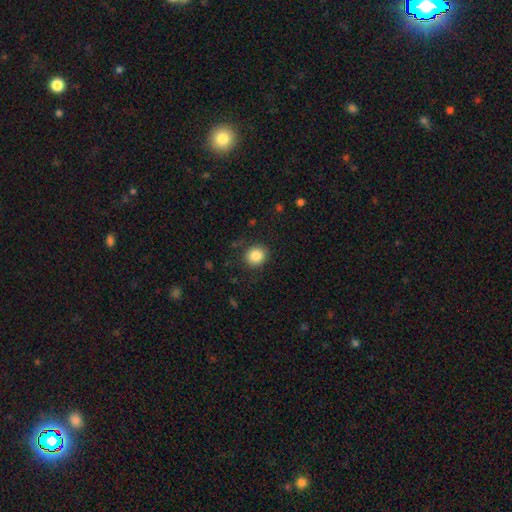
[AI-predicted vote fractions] The model was most divided on "how rounded": round: 83%, in between: 16%, cigar-shaped: 1%. More confident: merging — none (87%); smooth or featured — smooth (86%).